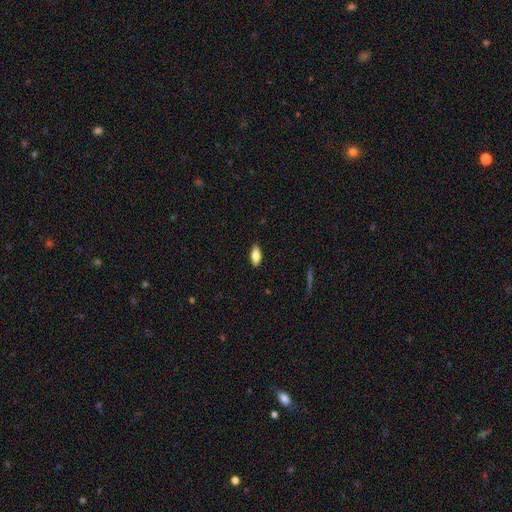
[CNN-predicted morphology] Overall: smooth (78%). How rounded: in between (77%). Merging: none (88%).